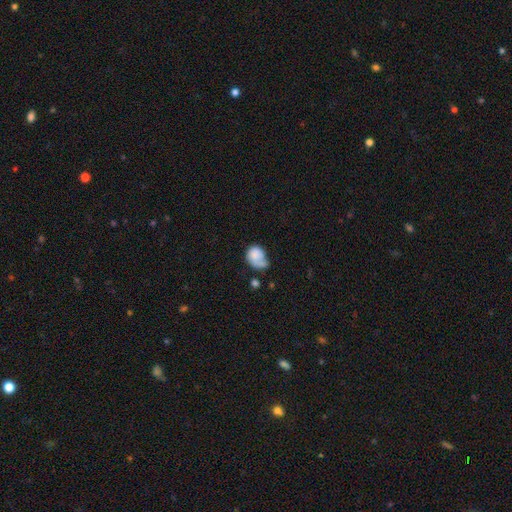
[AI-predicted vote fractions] Morphology: type=smooth (68%); roundness=in between (54%); merging=major disturbance (32%).